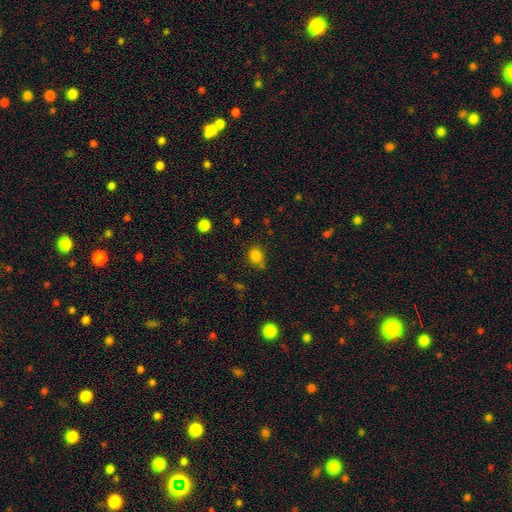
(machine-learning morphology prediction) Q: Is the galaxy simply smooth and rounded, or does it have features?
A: smooth — 82%.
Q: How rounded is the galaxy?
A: round — 67%.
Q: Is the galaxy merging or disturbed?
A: none — 67%.